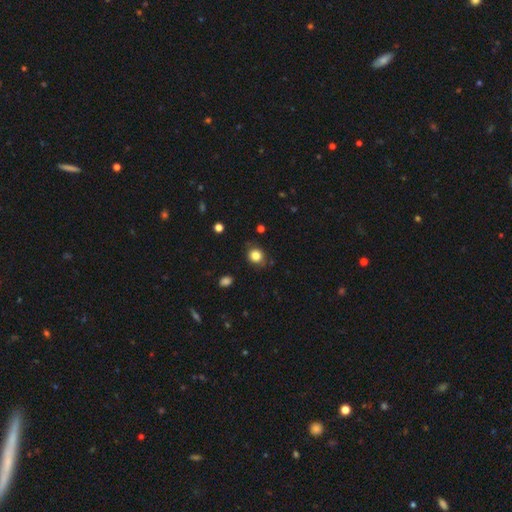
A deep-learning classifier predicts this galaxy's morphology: Smooth or featured?
  - smooth: 83% *
  - star or artifact: 11%
  - featured or disk: 6%
How rounded?
  - round: 78% *
  - in between: 21%
  - cigar-shaped: 1%
Merging?
  - none: 81% *
  - minor disturbance: 14%
  - major disturbance: 3%
  - merger: 2%